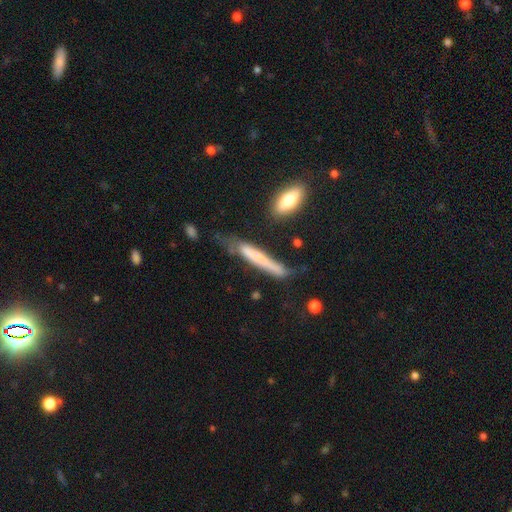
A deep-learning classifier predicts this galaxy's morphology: Smooth or featured? Predicted: smooth (p=0.61). How rounded? Predicted: cigar-shaped (p=0.91). Merging? Predicted: none (p=0.45).